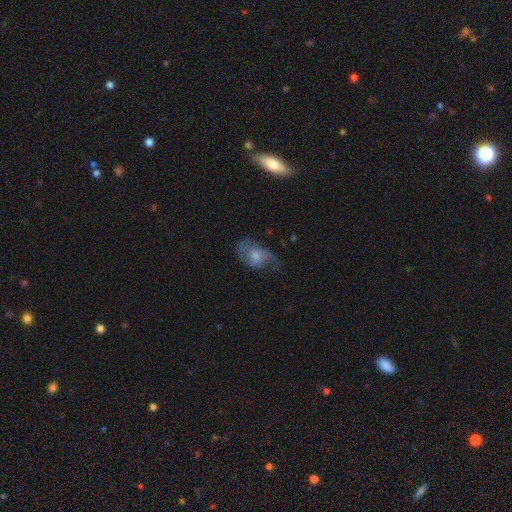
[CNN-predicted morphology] Smooth or featured? Predicted: featured or disk (p=0.57). Edge-on disk? Predicted: no (p=0.93). Bar? Predicted: no (p=0.76). Spiral arms? Predicted: yes (p=0.74). Bulge size? Predicted: moderate (p=0.50). Merging? Predicted: none (p=0.44).